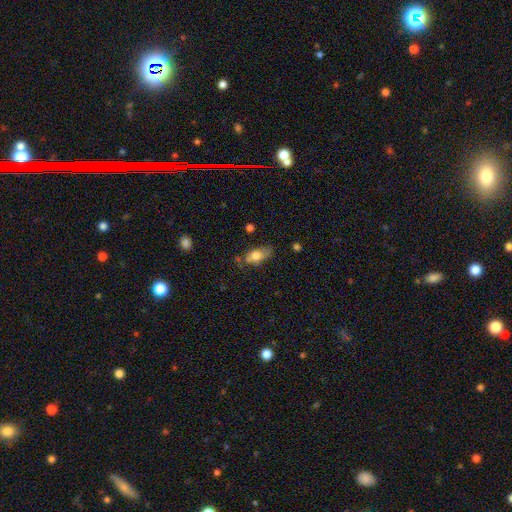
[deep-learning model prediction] Smooth or featured: smooth — 75% (featured or disk — 17%)
How rounded: in between — 85% (cigar-shaped — 10%)
Merging: none — 57% (minor disturbance — 28%)